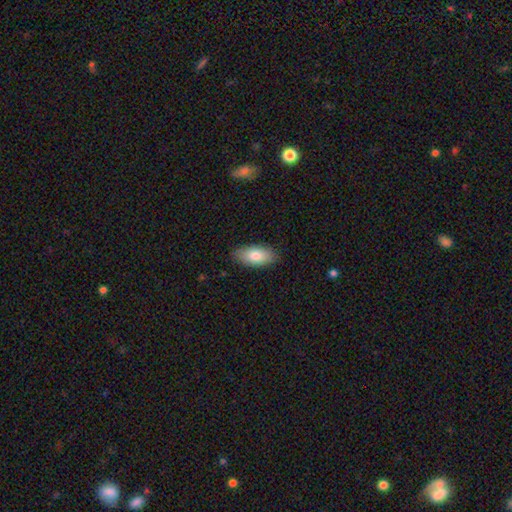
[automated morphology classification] smooth-or-featured: smooth: 80% | featured or disk: 14% | star or artifact: 6%
  how-rounded: in between: 90% | cigar-shaped: 7% | round: 3%
  merging: none: 85% | minor disturbance: 12% | major disturbance: 2% | merger: 1%